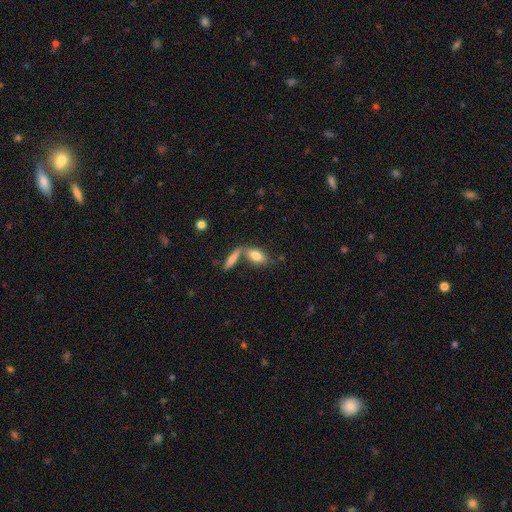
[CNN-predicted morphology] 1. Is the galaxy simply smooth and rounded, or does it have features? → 75% smooth, 18% featured or disk, 7% star or artifact.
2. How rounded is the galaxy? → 80% in between, 16% cigar-shaped, 4% round.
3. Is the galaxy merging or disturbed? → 50% none, 36% merger, 11% minor disturbance, 4% major disturbance.